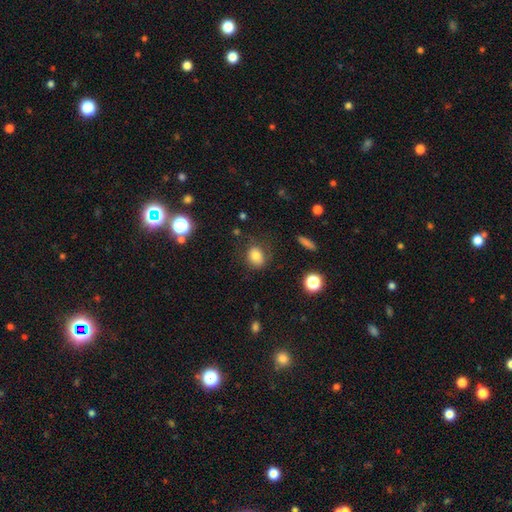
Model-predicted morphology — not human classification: Overall: smooth (78%). How rounded: round (51%; in between 47%). Merging: none (72%).